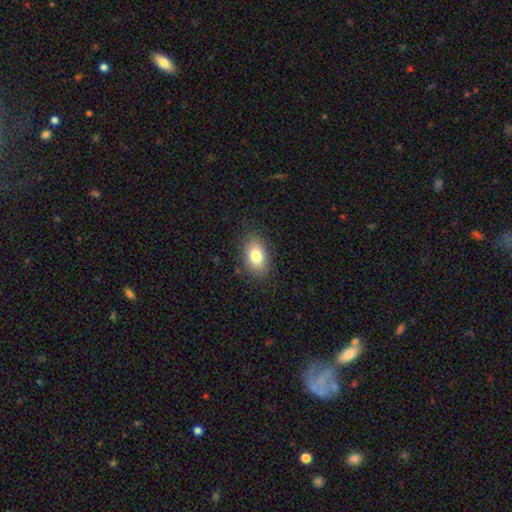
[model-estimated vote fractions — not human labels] A smooth galaxy with no disk features (80%) that is in between round and cigar-shaped (85%).

Vote fractions:
- Smooth or featured? smooth: 80% / featured or disk: 11% / star or artifact: 9%
- How rounded? in between: 85% / round: 14% / cigar-shaped: 1%
- Merging? none: 85% / minor disturbance: 11% / major disturbance: 3% / merger: 1%